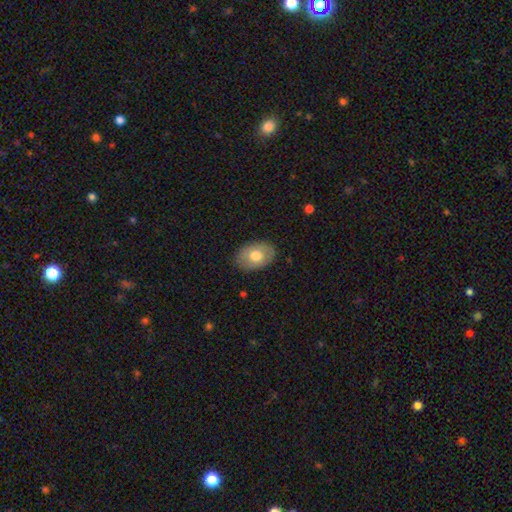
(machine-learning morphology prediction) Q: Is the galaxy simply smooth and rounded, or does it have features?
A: smooth — 66%.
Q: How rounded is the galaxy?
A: in between — 82%.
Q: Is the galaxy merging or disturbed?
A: none — 83%.